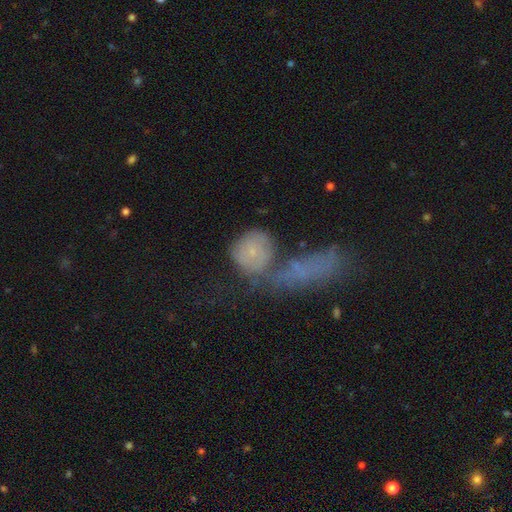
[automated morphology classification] The model was most divided on "merging": merger: 47%, none: 29%, major disturbance: 13%, minor disturbance: 11%. More confident: how rounded — round (58%); smooth or featured — smooth (54%).